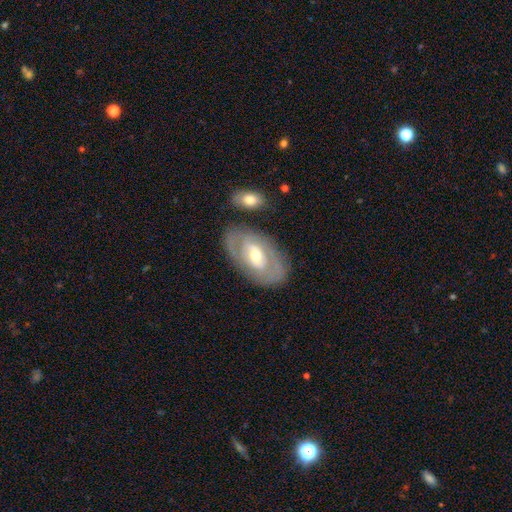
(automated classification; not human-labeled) Morphology: type=featured or disk (71%); edge-on=no (92%); bar=no (43%); spiral arms=yes (57%); bulge=moderate (61%); merging=none (76%).